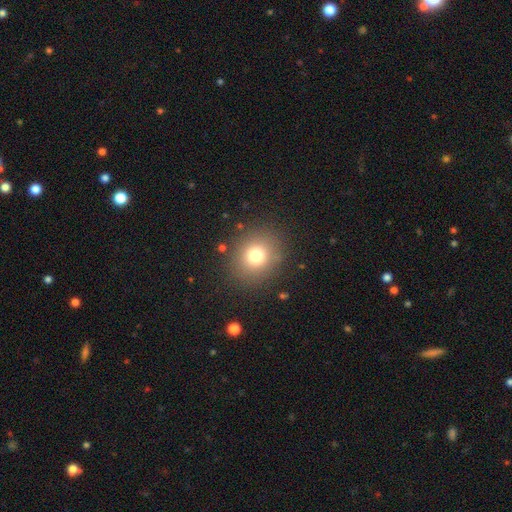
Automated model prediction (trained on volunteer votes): Q: Smooth or featured?
A: smooth (76%); runner-up: star or artifact (14%)
Q: How rounded?
A: round (77%); runner-up: in between (22%)
Q: Merging?
A: none (86%); runner-up: minor disturbance (8%)